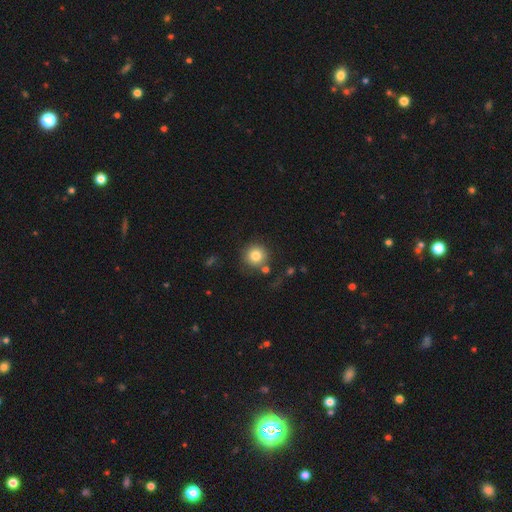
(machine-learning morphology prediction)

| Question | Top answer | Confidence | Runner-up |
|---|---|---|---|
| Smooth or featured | smooth | 82% | star or artifact (10%) |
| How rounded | round | 95% | in between (4%) |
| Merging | none | 78% | minor disturbance (10%) |